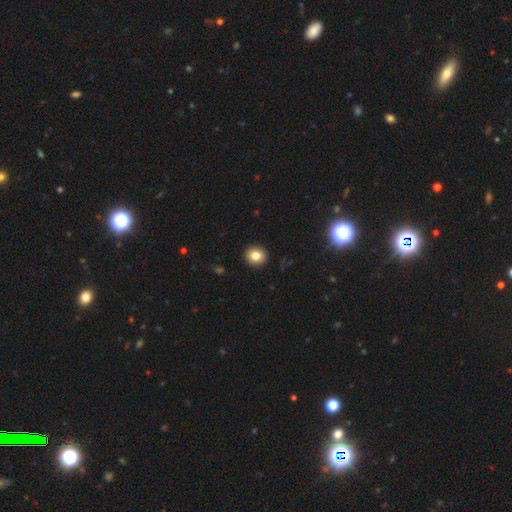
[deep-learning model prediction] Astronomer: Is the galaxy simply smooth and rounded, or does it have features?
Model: smooth — 82%.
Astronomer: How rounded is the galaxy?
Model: round — 86%.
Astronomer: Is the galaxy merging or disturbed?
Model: none — 92%.